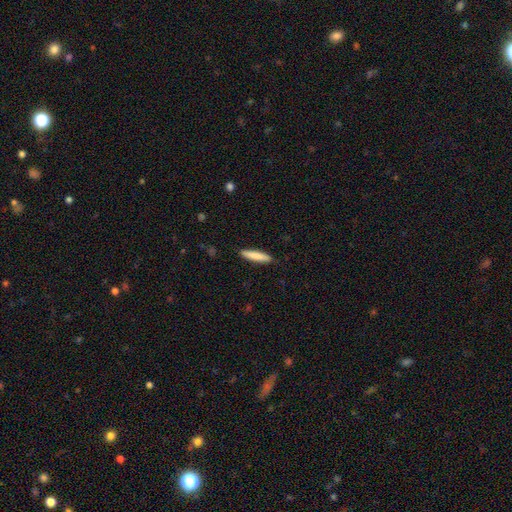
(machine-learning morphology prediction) Q: Smooth or featured?
A: smooth (84%); runner-up: featured or disk (11%)
Q: How rounded?
A: cigar-shaped (88%); runner-up: in between (11%)
Q: Merging?
A: none (90%); runner-up: minor disturbance (7%)